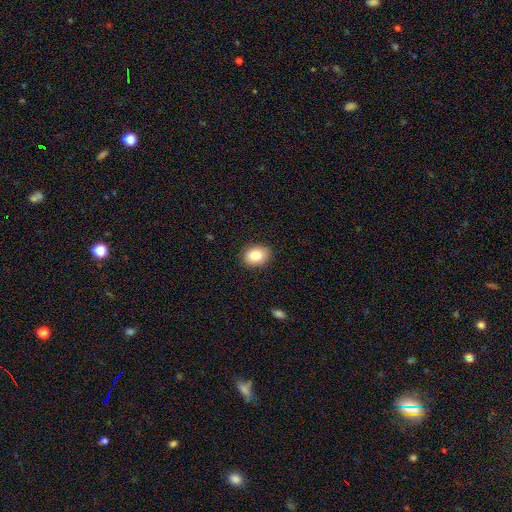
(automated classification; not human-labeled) This is clearly a smooth galaxy (84%). How rounded: likely in between (61%). Merging: clearly none (88%).